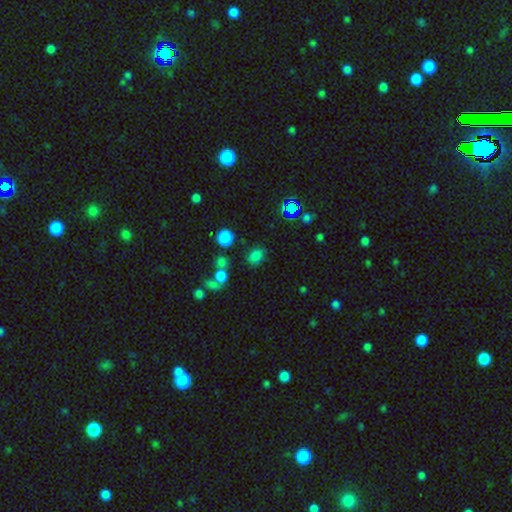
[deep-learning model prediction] A smooth galaxy with no disk features (73%) that is in between round and cigar-shaped (54%).

Vote fractions:
- Smooth or featured? smooth: 73% / star or artifact: 21% / featured or disk: 6%
- How rounded? in between: 54% / round: 44% / cigar-shaped: 2%
- Merging? none: 69% / minor disturbance: 15% / merger: 9% / major disturbance: 7%